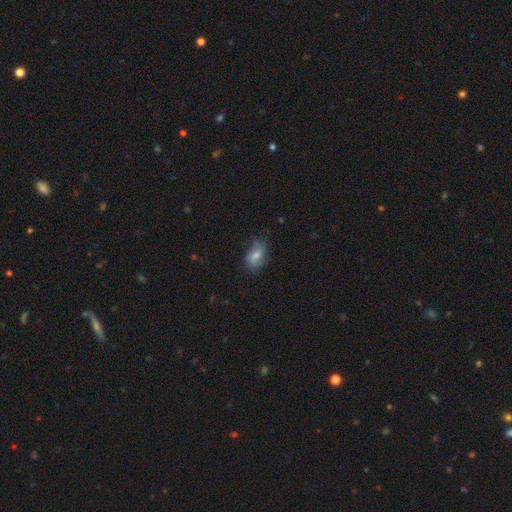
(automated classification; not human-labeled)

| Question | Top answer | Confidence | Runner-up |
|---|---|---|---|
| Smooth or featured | smooth | 59% | featured or disk (31%) |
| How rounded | in between | 83% | round (15%) |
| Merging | none | 59% | minor disturbance (28%) |